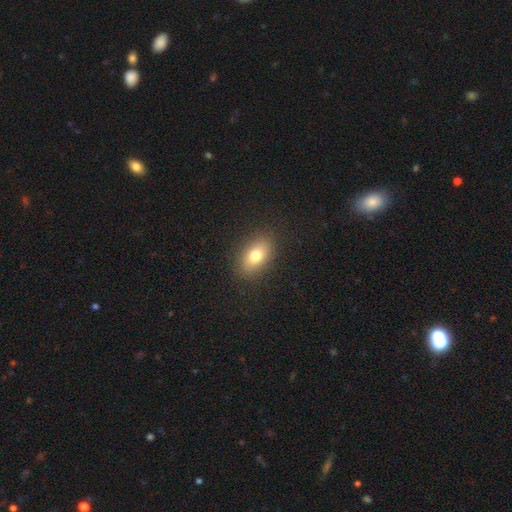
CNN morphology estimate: The model was most divided on "smooth or featured": smooth: 76%, featured or disk: 13%, star or artifact: 10%. More confident: merging — none (88%); how rounded — in between (85%).